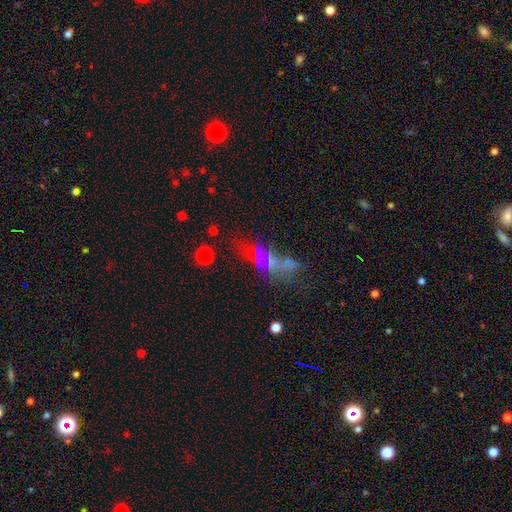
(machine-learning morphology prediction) type=featured or disk (39%); merging=none (39%).